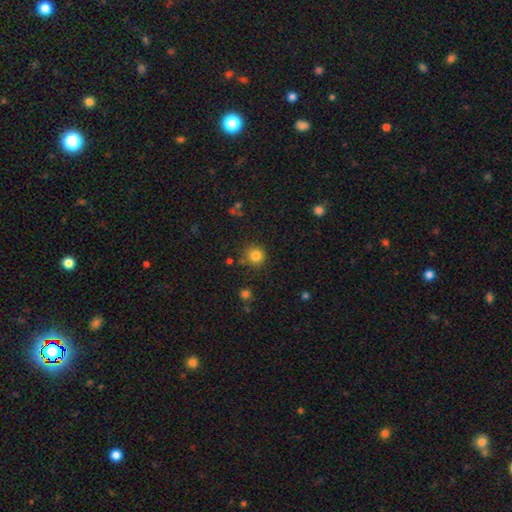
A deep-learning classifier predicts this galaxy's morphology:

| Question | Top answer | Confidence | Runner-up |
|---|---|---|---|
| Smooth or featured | smooth | 83% | star or artifact (12%) |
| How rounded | round | 92% | in between (7%) |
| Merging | none | 84% | minor disturbance (9%) |